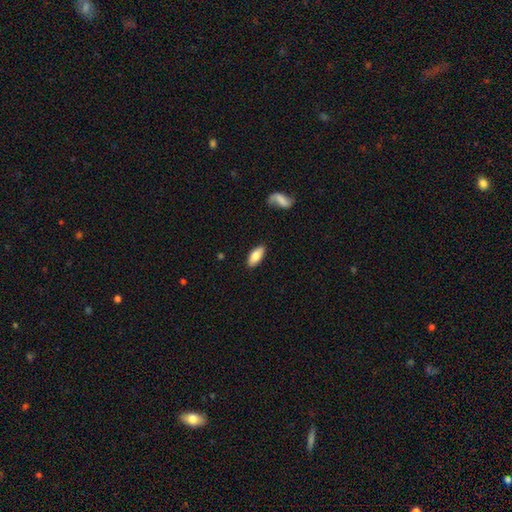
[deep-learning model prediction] smooth-or-featured: smooth: 79% | featured or disk: 15% | star or artifact: 6%
  how-rounded: in between: 88% | cigar-shaped: 10% | round: 2%
  merging: none: 86% | minor disturbance: 10% | major disturbance: 2% | merger: 2%